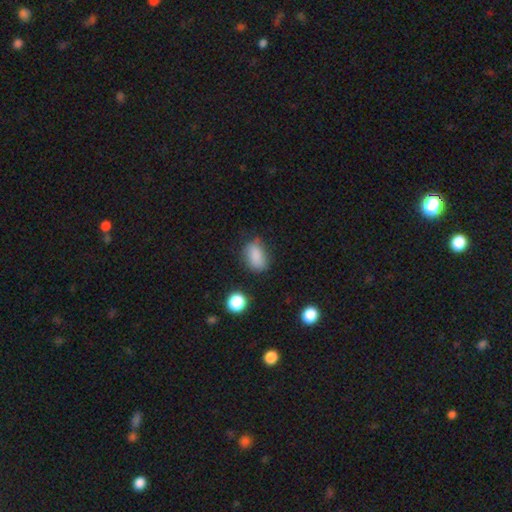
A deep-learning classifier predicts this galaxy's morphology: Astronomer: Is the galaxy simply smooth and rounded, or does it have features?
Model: smooth — 84%.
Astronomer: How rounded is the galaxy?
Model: in between — 83%.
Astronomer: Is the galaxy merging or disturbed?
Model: none — 62%.